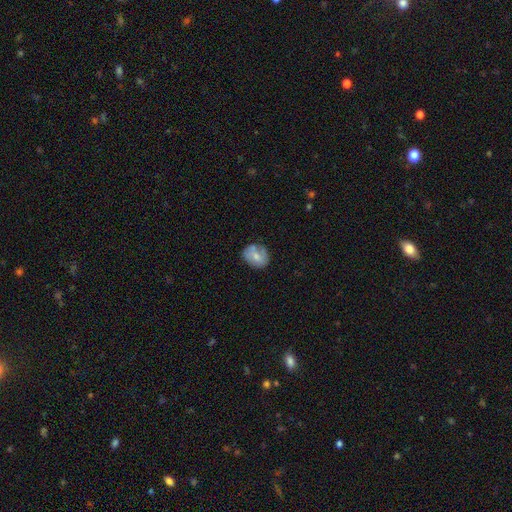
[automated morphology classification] A smooth galaxy with no disk features (61%) that is round (57%). Merging: none (64%).